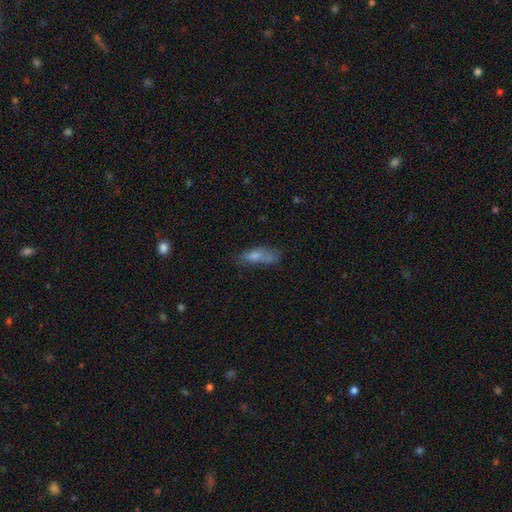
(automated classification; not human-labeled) Smooth or featured? smooth (60%)
How rounded? in between (50%)
Merging? none (47%)